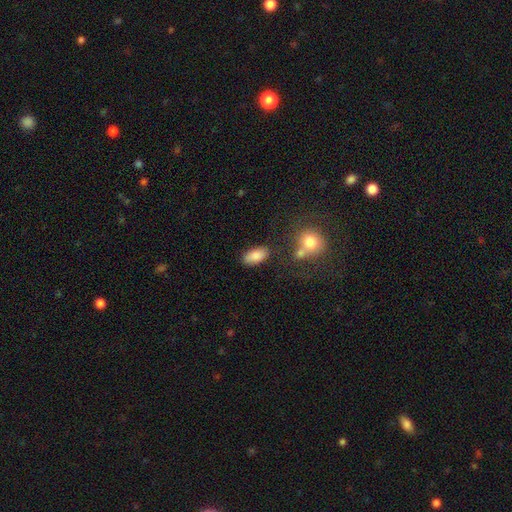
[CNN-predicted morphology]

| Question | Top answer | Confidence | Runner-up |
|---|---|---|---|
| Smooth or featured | smooth | 85% | featured or disk (8%) |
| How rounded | in between | 92% | cigar-shaped (5%) |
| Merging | none | 79% | minor disturbance (13%) |